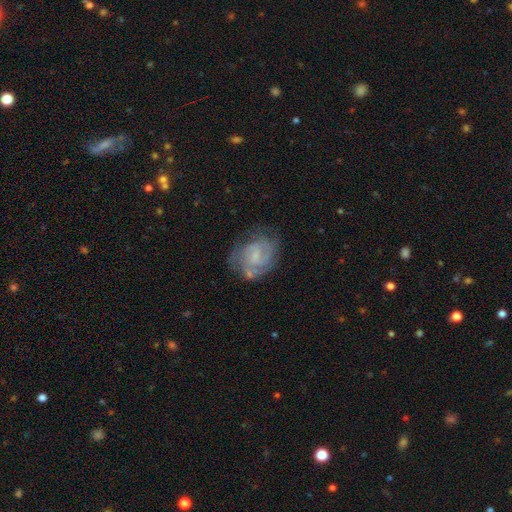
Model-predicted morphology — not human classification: smooth-or-featured: featured or disk: 69% | smooth: 23% | star or artifact: 7%
  disk-edge-on: no: 98% | yes: 2%
    bar: weak: 48% | no: 45% | strong: 8%
    has-spiral-arms: yes: 80% | no: 20%
      spiral-winding: tight: 52% | medium: 37% | loose: 11%
      spiral-arm-count: can't tell: 40% | 2: 36% | 3: 12% | 1: 5% | 4: 4% | more than 4: 3%
    bulge-size: small: 60% | moderate: 21% | none: 17% | large: 1% | dominant: 1%
  merging: none: 58% | minor disturbance: 25% | major disturbance: 13% | merger: 4%